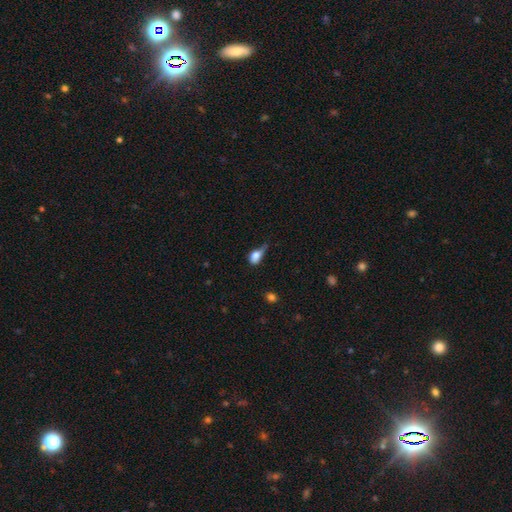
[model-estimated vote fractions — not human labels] Smooth or featured? Predicted: smooth (p=0.74). How rounded? Predicted: in between (p=0.73). Merging? Predicted: minor disturbance (p=0.37).